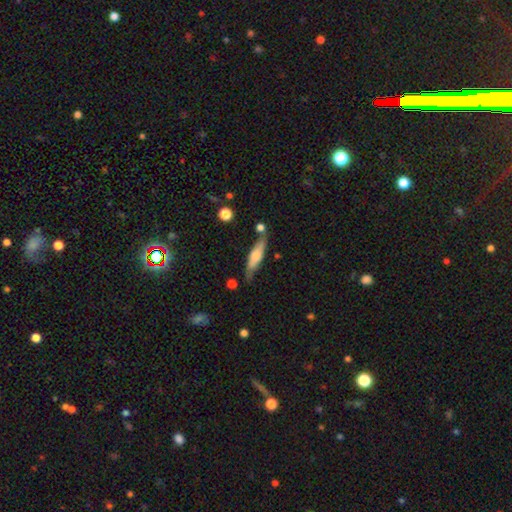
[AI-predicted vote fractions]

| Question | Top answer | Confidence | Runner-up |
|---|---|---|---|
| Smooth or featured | smooth | 56% | featured or disk (38%) |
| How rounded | cigar-shaped | 70% | in between (28%) |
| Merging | none | 66% | minor disturbance (20%) |